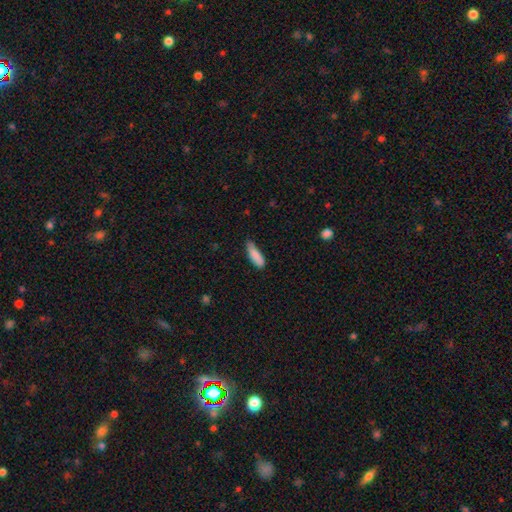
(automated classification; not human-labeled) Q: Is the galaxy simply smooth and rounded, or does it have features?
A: smooth — 85%.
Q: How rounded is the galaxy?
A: cigar-shaped — 52%.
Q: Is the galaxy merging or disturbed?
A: none — 59%.